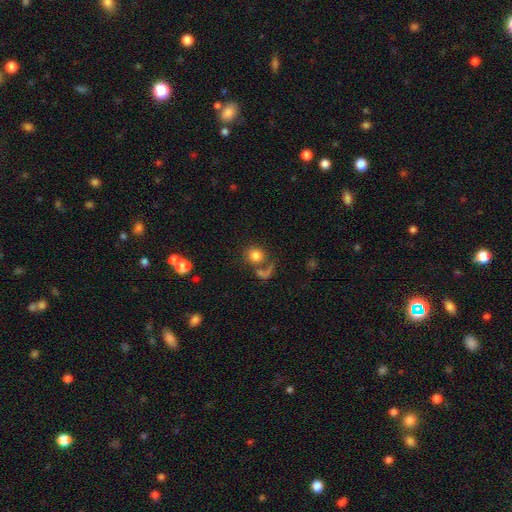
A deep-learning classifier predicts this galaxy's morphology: The model was most divided on "merging": none: 47%, merger: 27%, major disturbance: 15%, minor disturbance: 11%. More confident: how rounded — round (84%); smooth or featured — smooth (77%).